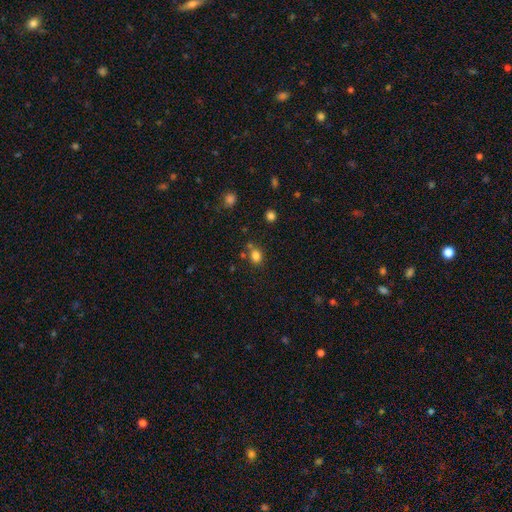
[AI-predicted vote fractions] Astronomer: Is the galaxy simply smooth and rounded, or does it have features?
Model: smooth — 81%.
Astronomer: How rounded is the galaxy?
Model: round — 59% (runner-up: in between, 40%).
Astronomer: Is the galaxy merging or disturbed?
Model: none — 67%.